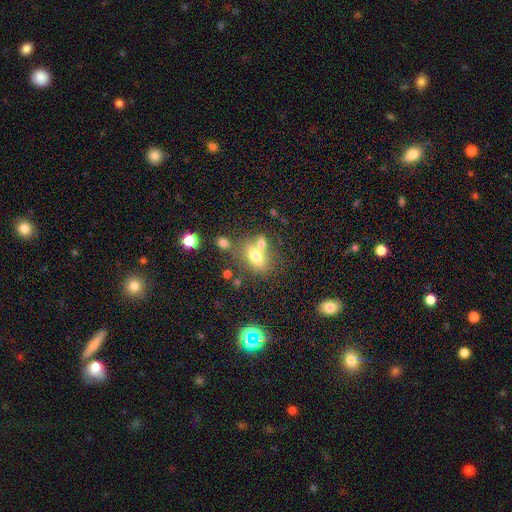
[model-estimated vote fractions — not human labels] A smooth galaxy with no disk features (69%) that is in between round and cigar-shaped (79%).

Vote fractions:
- Smooth or featured? smooth: 69% / featured or disk: 19% / star or artifact: 12%
- How rounded? in between: 79% / round: 16% / cigar-shaped: 5%
- Merging? none: 44% / merger: 37% / minor disturbance: 13% / major disturbance: 6%